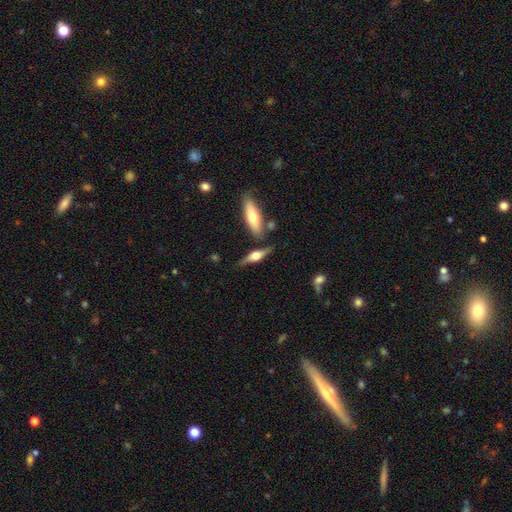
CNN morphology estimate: A featured or disk galaxy (60%) viewed edge-on (93%) with a rounded central bulge (91%).

Vote fractions:
- Smooth or featured? featured or disk: 60% / smooth: 34% / star or artifact: 7%
- Edge-on disk? yes: 93% / no: 7%
- Edge-on bulge? rounded: 91% / boxy: 7% / none: 2%
- Merging? none: 69% / minor disturbance: 16% / merger: 10% / major disturbance: 5%